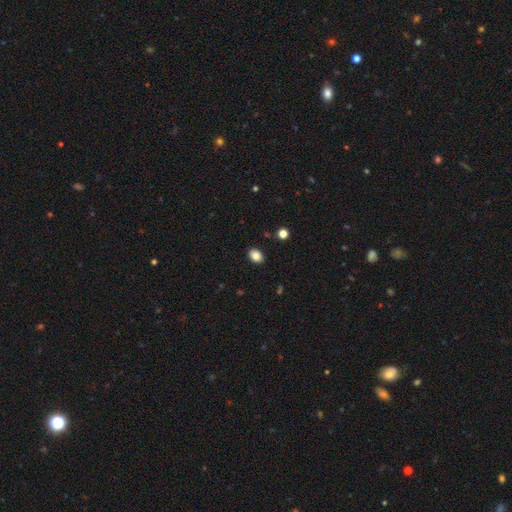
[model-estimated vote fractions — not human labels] This is clearly a smooth galaxy (85%). How rounded: likely in between (75%). Merging: clearly none (89%).